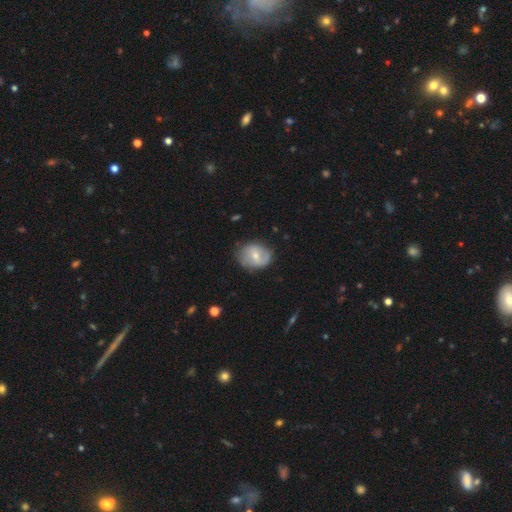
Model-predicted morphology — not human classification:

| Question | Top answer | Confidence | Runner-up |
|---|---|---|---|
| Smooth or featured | featured or disk | 52% | smooth (41%) |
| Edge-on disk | no | 96% | yes (4%) |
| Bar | weak | 49% | no (34%) |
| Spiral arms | yes | 68% | no (32%) |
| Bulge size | moderate | 49% | small (46%) |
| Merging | none | 69% | minor disturbance (23%) |